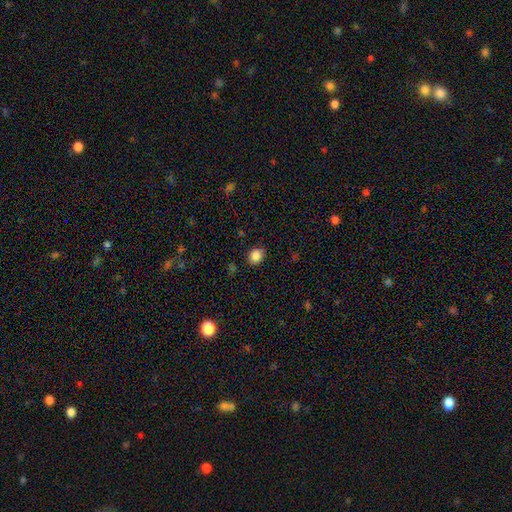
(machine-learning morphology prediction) A smooth galaxy with no disk features (86%) that is round (59%).

Vote fractions:
- Smooth or featured? smooth: 86% / star or artifact: 10% / featured or disk: 4%
- How rounded? round: 59% / in between: 40% / cigar-shaped: 1%
- Merging? none: 87% / minor disturbance: 9% / major disturbance: 2% / merger: 1%